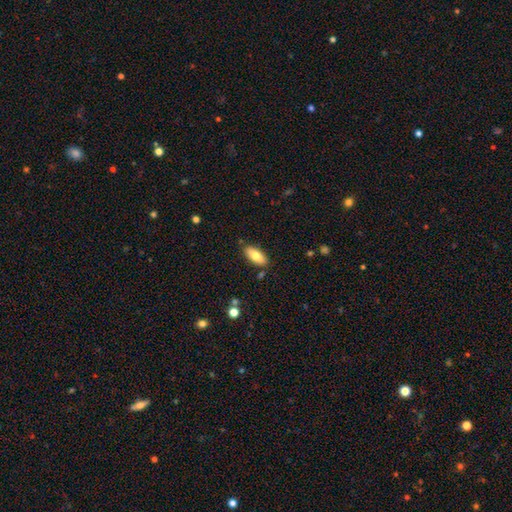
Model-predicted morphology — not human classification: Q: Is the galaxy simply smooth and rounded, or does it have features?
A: smooth — 76%.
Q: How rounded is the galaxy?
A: in between — 88%.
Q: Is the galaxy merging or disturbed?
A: none — 85%.